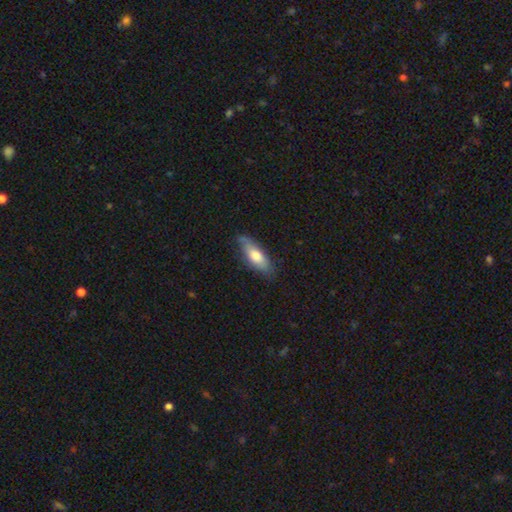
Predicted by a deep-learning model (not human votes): Smooth or featured?
  - smooth: 67% *
  - featured or disk: 27%
  - star or artifact: 6%
How rounded?
  - in between: 64% *
  - cigar-shaped: 34%
  - round: 2%
Merging?
  - none: 70% *
  - minor disturbance: 24%
  - major disturbance: 5%
  - merger: 2%